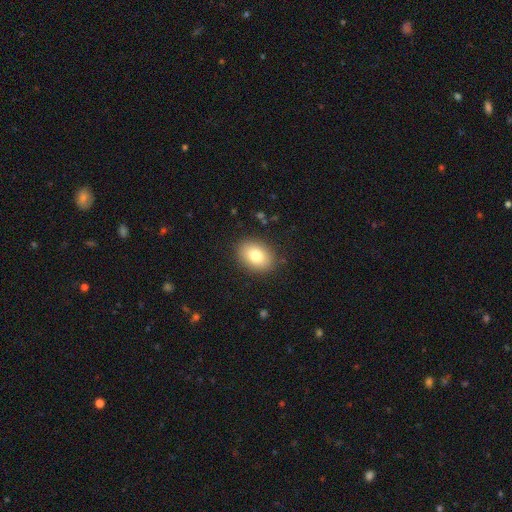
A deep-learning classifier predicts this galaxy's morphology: smooth_or_featured: smooth (p=0.81) [alt: featured or disk p=0.11]
how_rounded: in between (p=0.72) [alt: round p=0.27]
merging: none (p=0.88) [alt: minor disturbance p=0.09]